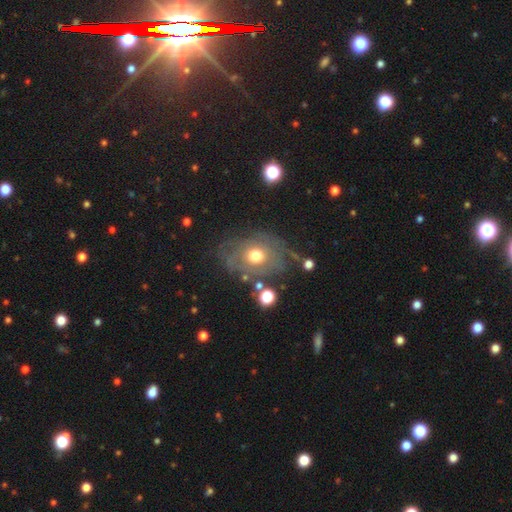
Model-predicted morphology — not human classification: Smooth or featured: featured or disk — 62% (smooth — 28%)
Edge-on disk: no — 95% (yes — 5%)
Bar: no — 88% (weak — 10%)
Spiral arms: yes — 59% (no — 41%)
Bulge size: moderate — 69% (large — 15%)
Merging: none — 61% (minor disturbance — 20%)